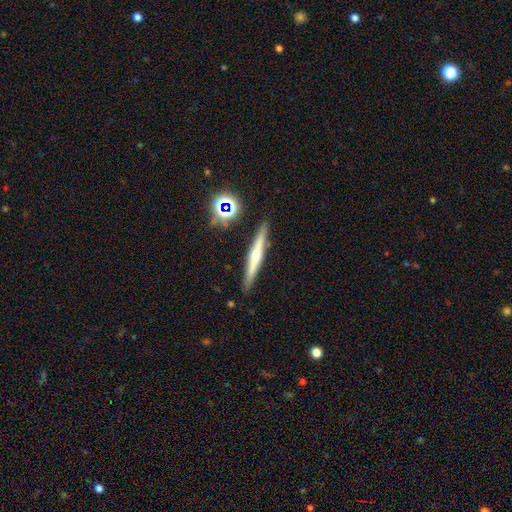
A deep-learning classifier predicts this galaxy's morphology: Smooth or featured? featured or disk (63%)
Edge-on disk? yes (96%)
Edge-on bulge? rounded (79%)
Merging? none (89%)